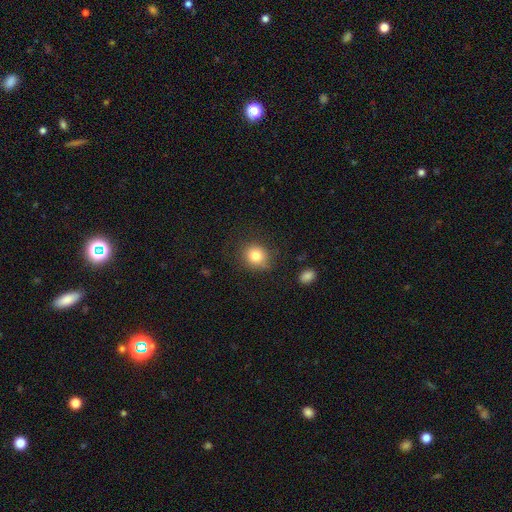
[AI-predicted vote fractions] Overall: smooth (82%). How rounded: round (76%). Merging: none (82%).